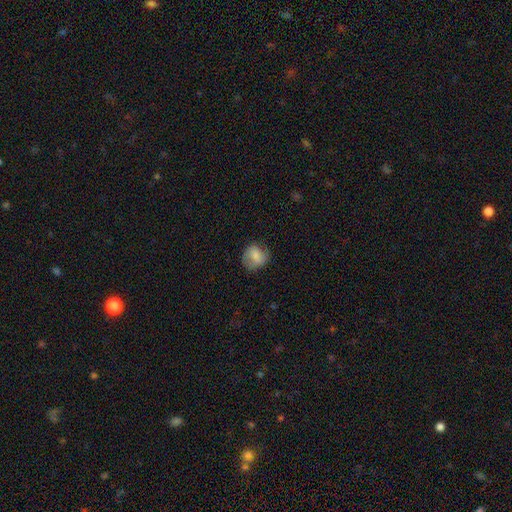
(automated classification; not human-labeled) Smooth or featured?
  - smooth: 68% *
  - featured or disk: 24%
  - star or artifact: 8%
How rounded?
  - round: 70% *
  - in between: 29%
  - cigar-shaped: 1%
Merging?
  - none: 66% *
  - minor disturbance: 23%
  - major disturbance: 9%
  - merger: 1%